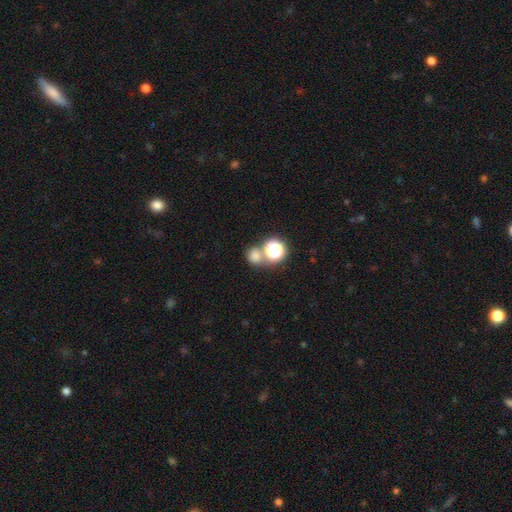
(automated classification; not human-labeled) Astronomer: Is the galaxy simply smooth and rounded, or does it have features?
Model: smooth — 69%.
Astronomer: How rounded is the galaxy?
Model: round — 81%.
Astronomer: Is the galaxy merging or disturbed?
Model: none — 57%.